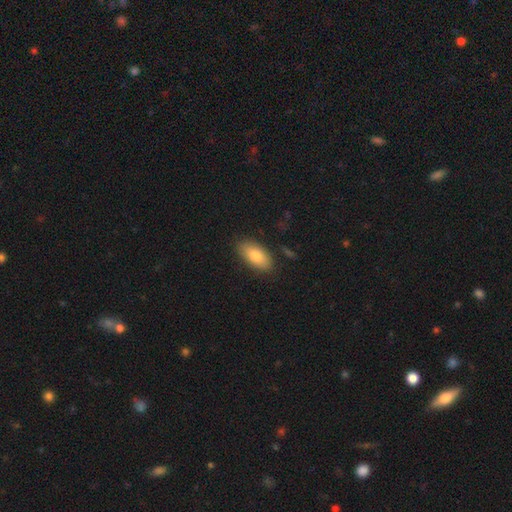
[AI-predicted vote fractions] Overall: smooth (81%). How rounded: in between (91%). Merging: none (85%).